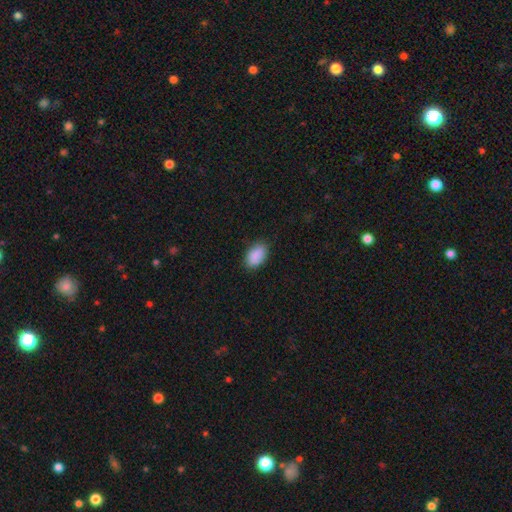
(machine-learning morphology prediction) smooth-or-featured: smooth: 89% | star or artifact: 7% | featured or disk: 4%
  how-rounded: in between: 91% | round: 7% | cigar-shaped: 2%
  merging: none: 81% | minor disturbance: 15% | major disturbance: 3% | merger: 1%